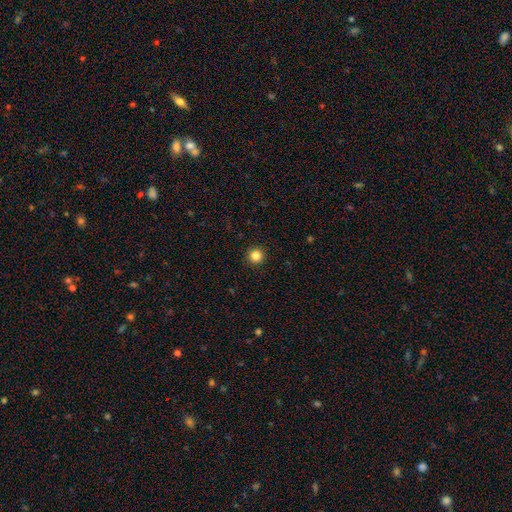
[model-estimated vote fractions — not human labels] smooth 85%, star or artifact 11%, featured or disk 4%. Down the decision tree: how rounded — round (96%); merging — none (93%).